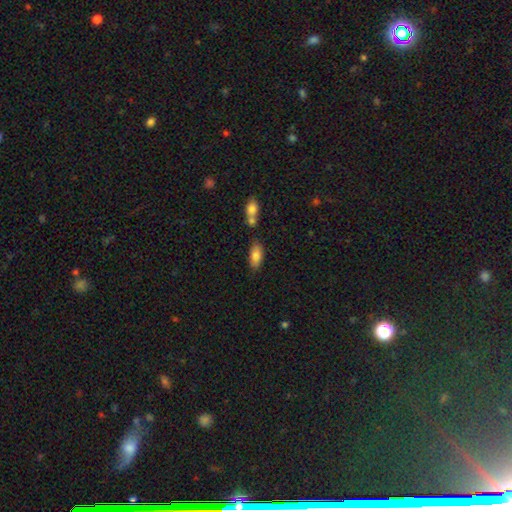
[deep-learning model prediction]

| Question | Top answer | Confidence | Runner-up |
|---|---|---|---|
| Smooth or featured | smooth | 82% | featured or disk (10%) |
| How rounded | in between | 85% | cigar-shaped (12%) |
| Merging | none | 70% | minor disturbance (13%) |